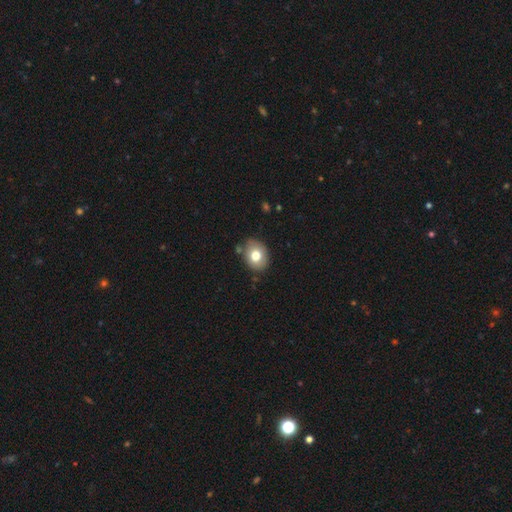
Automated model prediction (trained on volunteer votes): A smooth galaxy with no disk features (76%) that is in between round and cigar-shaped (55%). Merging: none (80%).